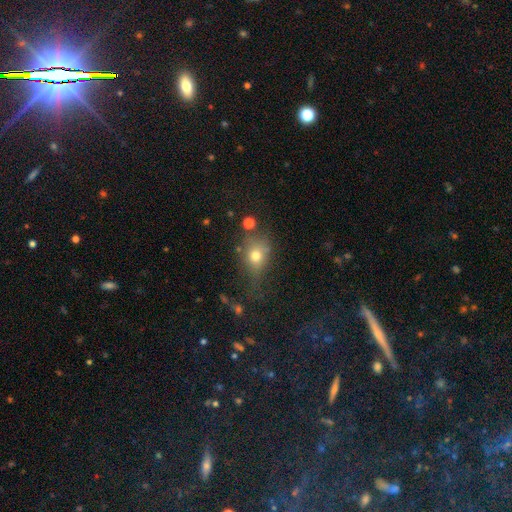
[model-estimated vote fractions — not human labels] Smooth or featured: smooth — 72% (featured or disk — 14%)
How rounded: in between — 51% (round — 46%)
Merging: none — 49% (minor disturbance — 24%)